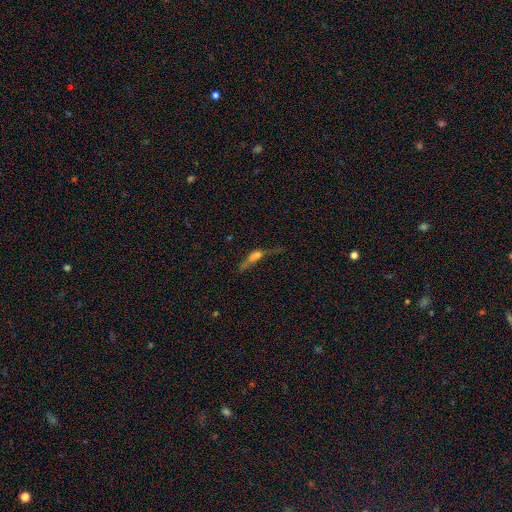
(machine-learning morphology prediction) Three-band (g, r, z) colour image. It shows a featured or disk galaxy (49%). Merging: none (48%).